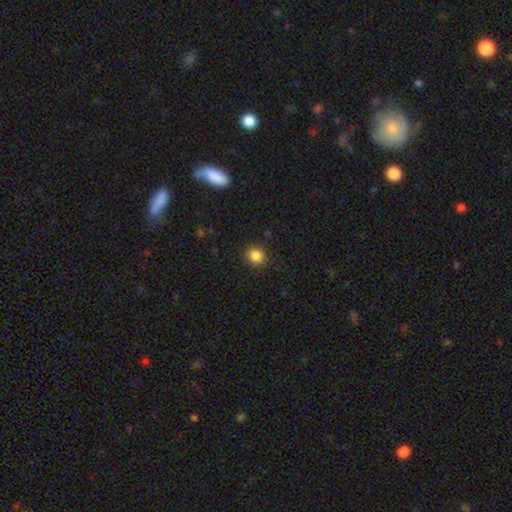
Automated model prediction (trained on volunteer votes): The model was most divided on "how rounded": round: 81%, in between: 18%, cigar-shaped: 1%. More confident: merging — none (89%); smooth or featured — smooth (86%).